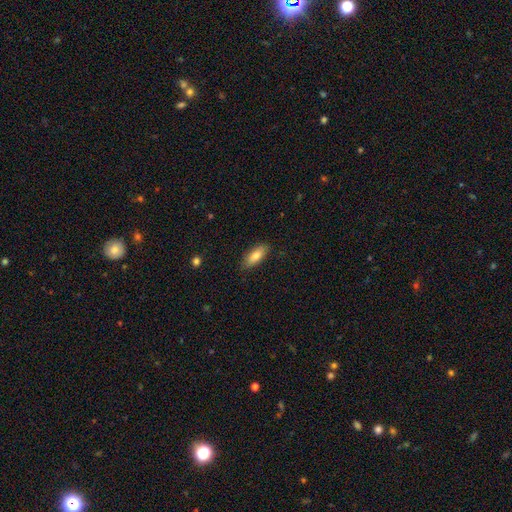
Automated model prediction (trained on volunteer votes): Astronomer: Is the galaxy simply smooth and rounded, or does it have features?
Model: smooth — 79%.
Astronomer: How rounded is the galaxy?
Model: in between — 73%.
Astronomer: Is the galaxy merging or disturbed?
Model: none — 85%.